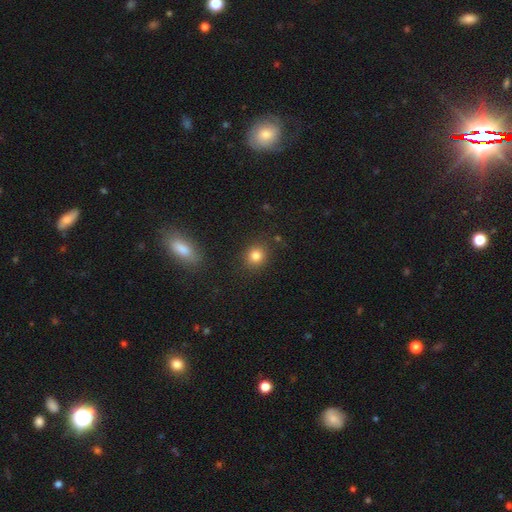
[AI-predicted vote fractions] Smooth or featured? smooth (83%)
How rounded? round (78%)
Merging? none (85%)